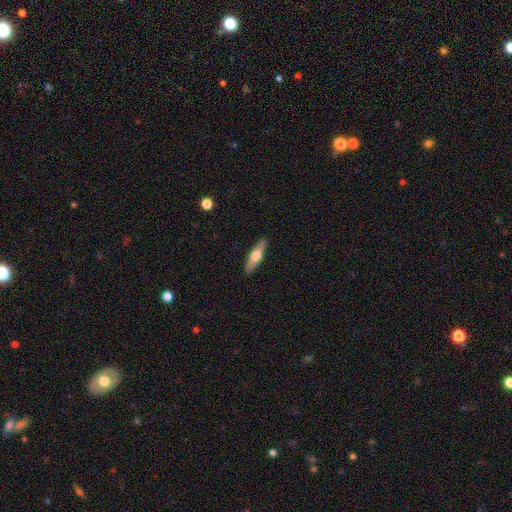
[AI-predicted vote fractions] smooth 50%, featured or disk 44%, star or artifact 6%. Down the decision tree: merging — none (89%).